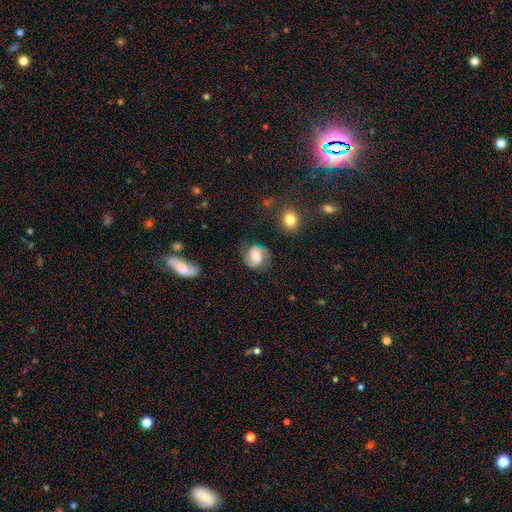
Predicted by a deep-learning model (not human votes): featured or disk 62%, smooth 30%, star or artifact 8%. Down the decision tree: edge-on disk — no (98%); bar — no (48%); spiral arms — yes (91%); spiral arm count — 2 (88%); spiral winding — medium (48%); bulge size — moderate (50%); merging — none (69%).